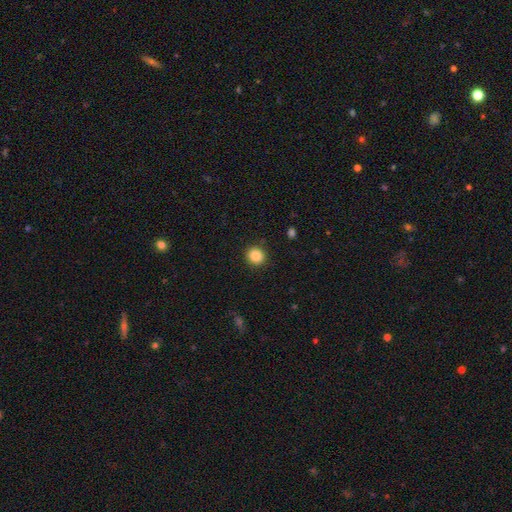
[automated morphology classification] Smooth or featured? smooth (86%)
How rounded? round (87%)
Merging? none (90%)